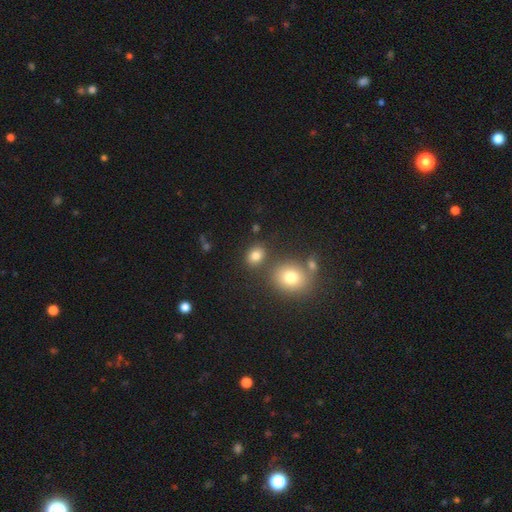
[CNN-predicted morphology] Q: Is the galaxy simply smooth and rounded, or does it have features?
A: smooth — 81%.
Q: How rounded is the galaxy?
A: in between — 53%.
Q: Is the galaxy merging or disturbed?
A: none — 74%.